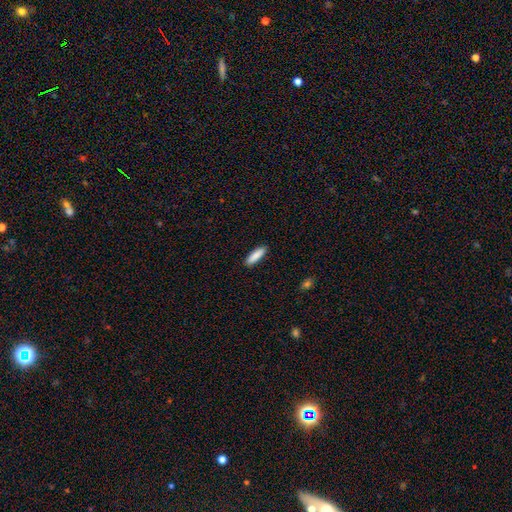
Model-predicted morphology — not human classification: This appears to be a smooth galaxy with no disk features (88%) that is cigar-shaped (60%). Merging: none (90%).